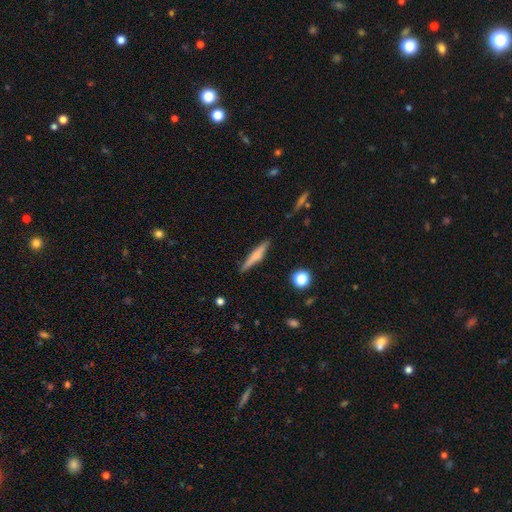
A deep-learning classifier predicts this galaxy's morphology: A smooth galaxy with no disk features (47%). Merging: none (89%).